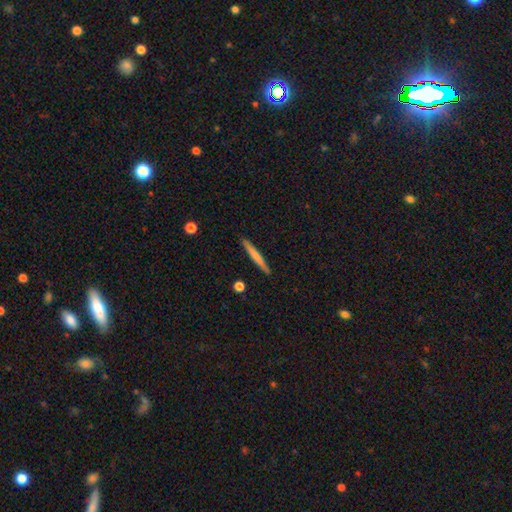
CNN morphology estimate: This appears to be a smooth galaxy with no disk features (65%) that is cigar-shaped (96%). Merging: none (91%).